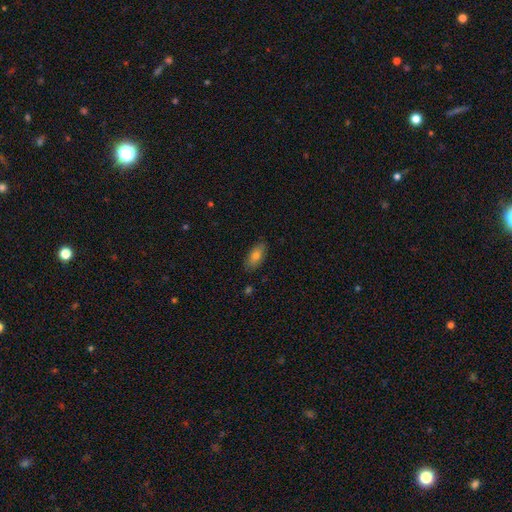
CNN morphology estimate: smooth_or_featured: smooth (p=0.77) [alt: featured or disk p=0.15]
how_rounded: in between (p=0.86) [alt: cigar-shaped p=0.11]
merging: none (p=0.85) [alt: minor disturbance p=0.11]